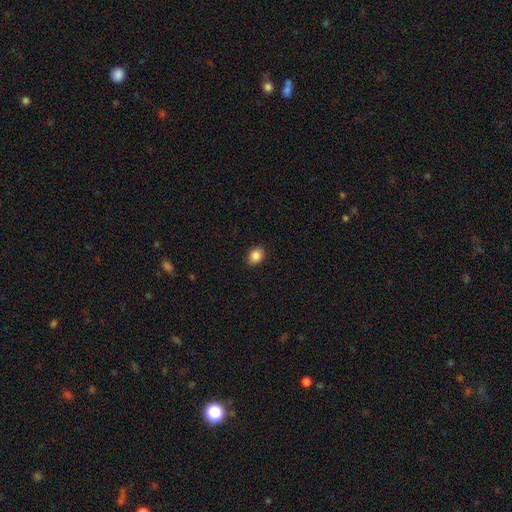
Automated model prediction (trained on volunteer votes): Morphology: type=smooth (87%); roundness=in between (54%); merging=none (89%).